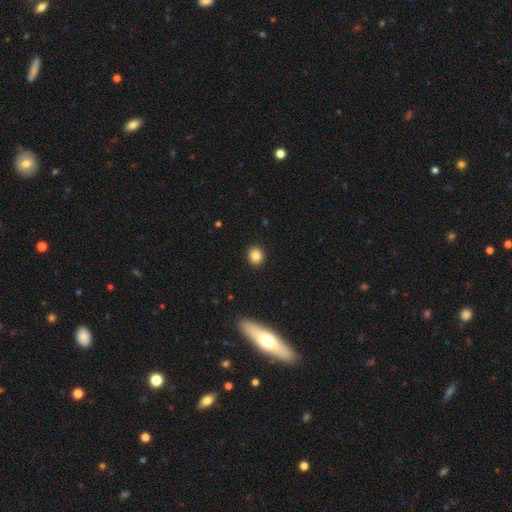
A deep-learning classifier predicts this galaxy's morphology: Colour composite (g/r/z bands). It shows a smooth galaxy with no disk features (85%) that is round (69%). Merging: none (91%).